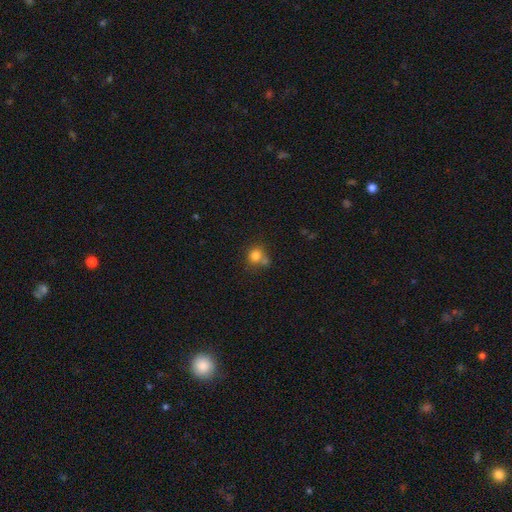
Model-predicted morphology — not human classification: A smooth galaxy with no disk features (80%) that is round (82%). Merging: none (54%).